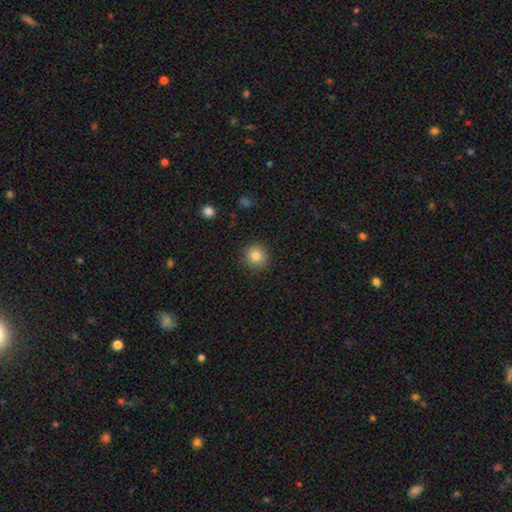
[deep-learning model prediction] smooth_or_featured: smooth (p=0.82) [alt: star or artifact p=0.11]
how_rounded: round (p=0.92) [alt: in between p=0.07]
merging: none (p=0.90) [alt: minor disturbance p=0.06]